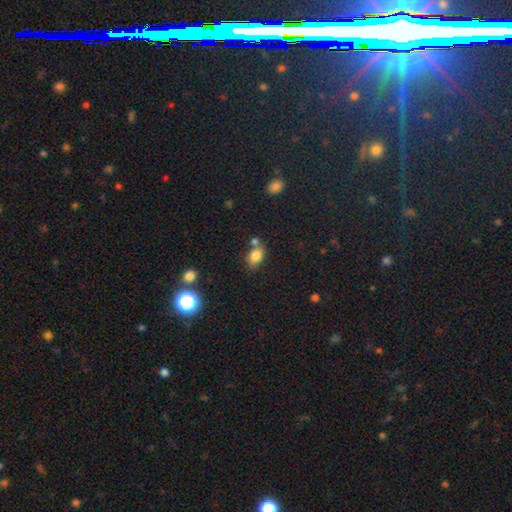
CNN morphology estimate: Smooth or featured? Predicted: smooth (p=0.81). How rounded? Predicted: in between (p=0.80). Merging? Predicted: none (p=0.59).